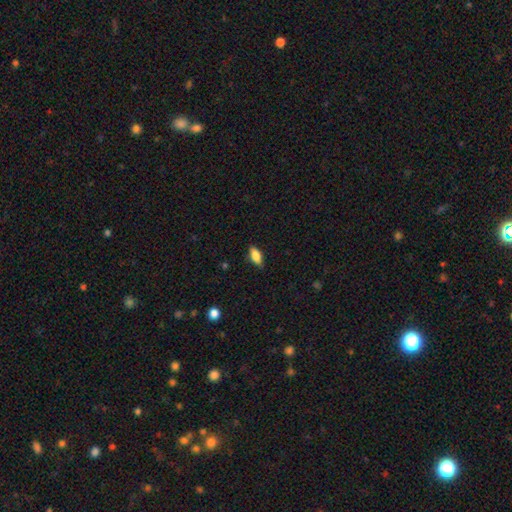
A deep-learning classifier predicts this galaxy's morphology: This appears to be a smooth galaxy with no disk features (82%) that is in between round and cigar-shaped (85%). Merging: none (84%).